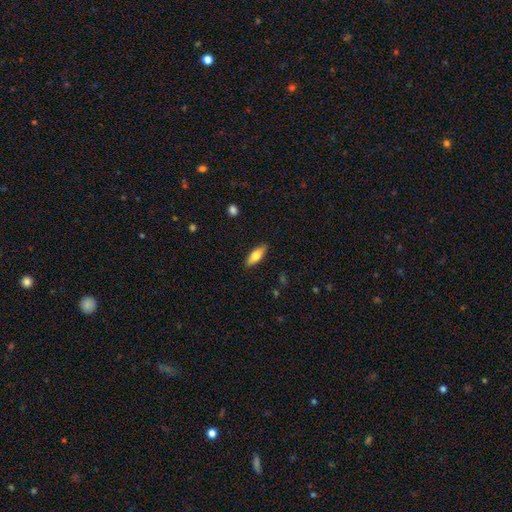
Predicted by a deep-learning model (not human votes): Smooth or featured?
  - smooth: 67% *
  - featured or disk: 27%
  - star or artifact: 6%
How rounded?
  - in between: 63% *
  - cigar-shaped: 34%
  - round: 2%
Merging?
  - none: 88% *
  - minor disturbance: 9%
  - major disturbance: 2%
  - merger: 1%